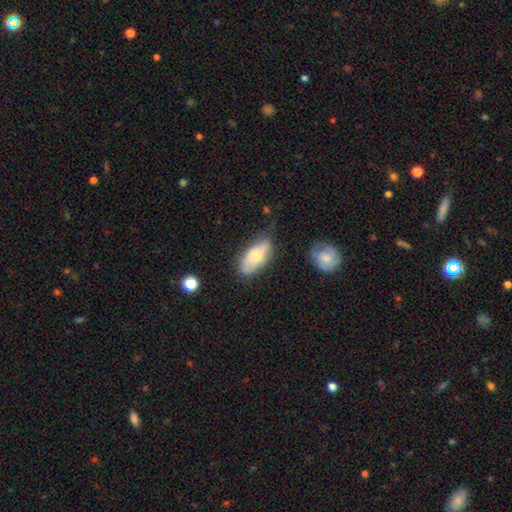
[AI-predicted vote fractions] Overall: smooth (66%; featured or disk 27%). How rounded: in between (88%). Merging: none (65%; minor disturbance 26%).